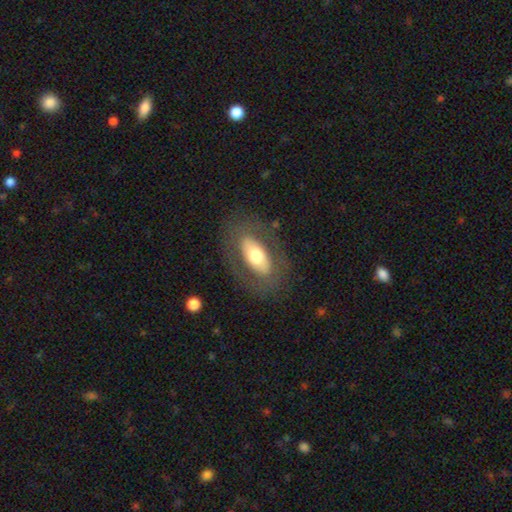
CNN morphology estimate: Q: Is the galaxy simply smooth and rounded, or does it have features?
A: smooth — 50%.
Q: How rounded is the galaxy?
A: in between — 91%.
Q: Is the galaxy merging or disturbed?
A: none — 80%.